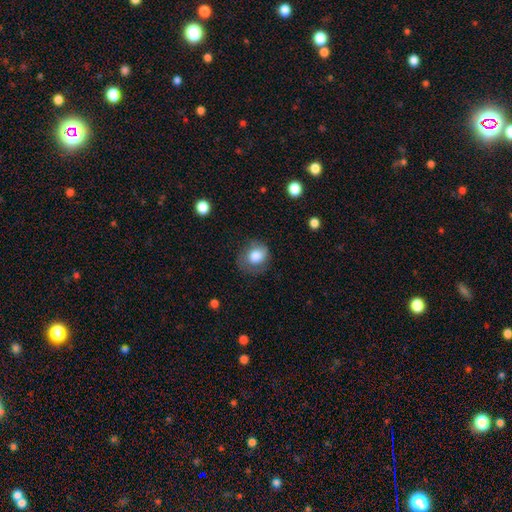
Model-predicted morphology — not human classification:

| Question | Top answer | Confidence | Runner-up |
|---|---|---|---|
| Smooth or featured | smooth | 76% | featured or disk (16%) |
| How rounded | round | 62% | in between (38%) |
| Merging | none | 58% | minor disturbance (25%) |